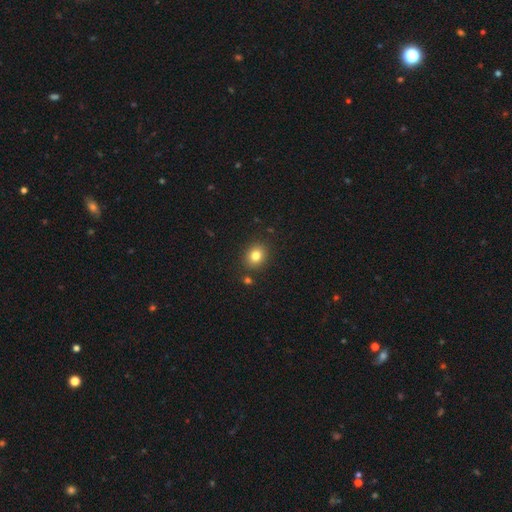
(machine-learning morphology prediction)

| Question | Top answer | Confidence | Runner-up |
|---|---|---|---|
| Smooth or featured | smooth | 82% | star or artifact (11%) |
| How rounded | round | 65% | in between (34%) |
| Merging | none | 86% | minor disturbance (8%) |